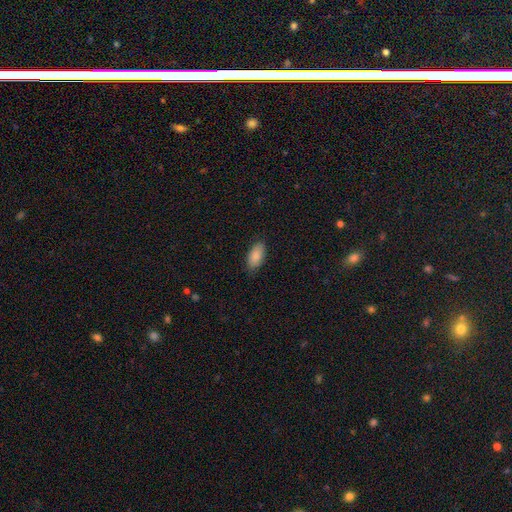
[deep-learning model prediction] smooth-or-featured: smooth: 88% | star or artifact: 6% | featured or disk: 5%
  how-rounded: in between: 92% | cigar-shaped: 6% | round: 2%
  merging: none: 85% | minor disturbance: 12% | major disturbance: 2% | merger: 1%